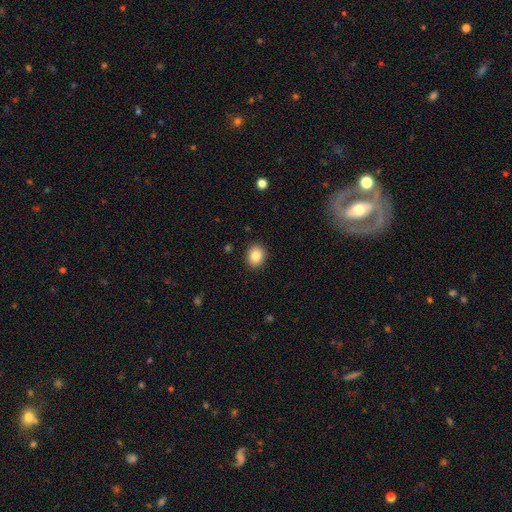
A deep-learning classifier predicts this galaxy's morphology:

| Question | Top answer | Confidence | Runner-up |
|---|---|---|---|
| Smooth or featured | smooth | 83% | star or artifact (9%) |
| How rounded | round | 71% | in between (28%) |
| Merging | none | 91% | minor disturbance (6%) |